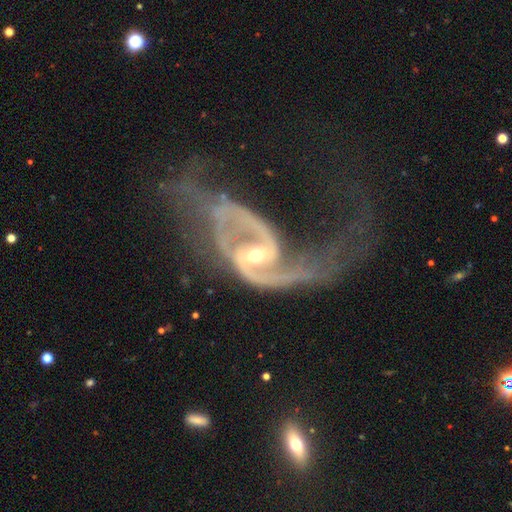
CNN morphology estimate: Smooth or featured?
  - featured or disk: 92% *
  - star or artifact: 5%
  - smooth: 3%
Edge-on disk?
  - no: 98% *
  - yes: 2%
Bar?
  - weak: 40% *
  - strong: 35%
  - no: 25%
Spiral arms?
  - yes: 97% *
  - no: 3%
Spiral winding?
  - loose: 50% *
  - medium: 38%
  - tight: 12%
Spiral arm count?
  - 2: 90% *
  - 1: 2%
  - can't tell: 2%
  - 3: 2%
  - 4: 1%
  - more than 4: 1%
Bulge size?
  - moderate: 52% *
  - small: 44%
  - large: 2%
  - none: 1%
  - dominant: 1%
Merging?
  - major disturbance: 38% *
  - none: 35%
  - minor disturbance: 18%
  - merger: 9%